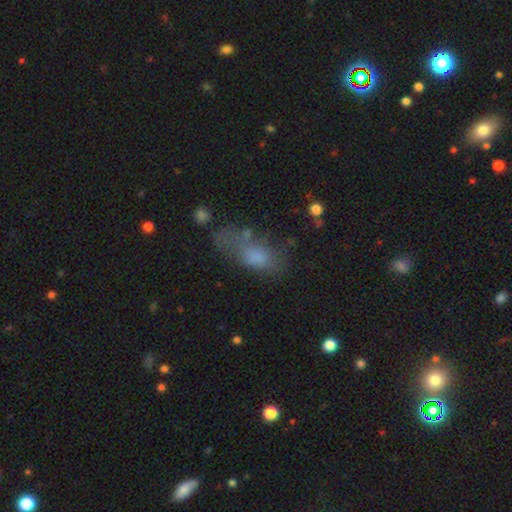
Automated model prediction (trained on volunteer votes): This is likely a smooth galaxy (67%). How rounded: clearly in between (81%). Merging: marginally none (37%).